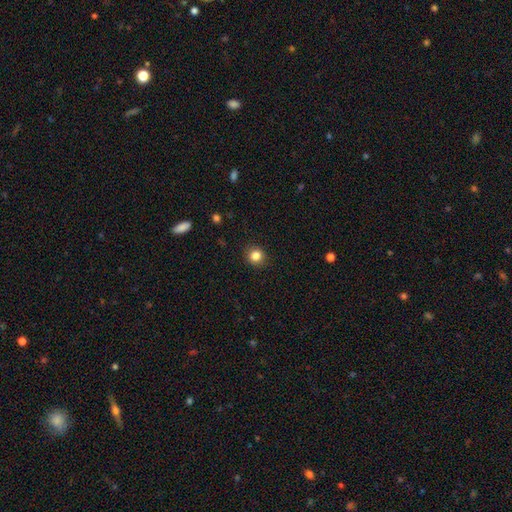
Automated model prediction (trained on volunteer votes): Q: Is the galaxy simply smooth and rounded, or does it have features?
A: smooth — 83%.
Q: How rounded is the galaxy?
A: round — 89%.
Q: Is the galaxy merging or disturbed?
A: none — 91%.